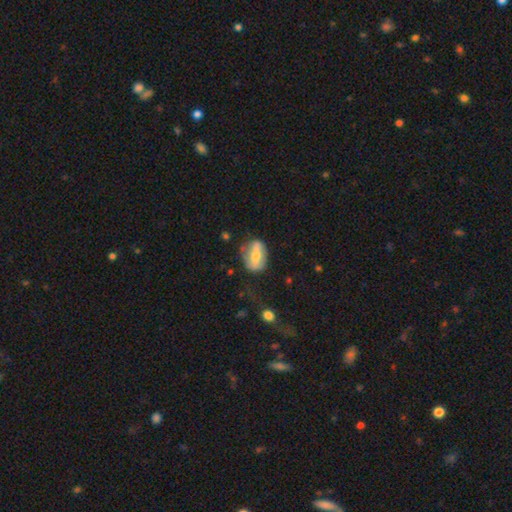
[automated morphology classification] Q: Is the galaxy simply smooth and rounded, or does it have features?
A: featured or disk — 49%.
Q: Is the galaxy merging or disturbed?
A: none — 59%.